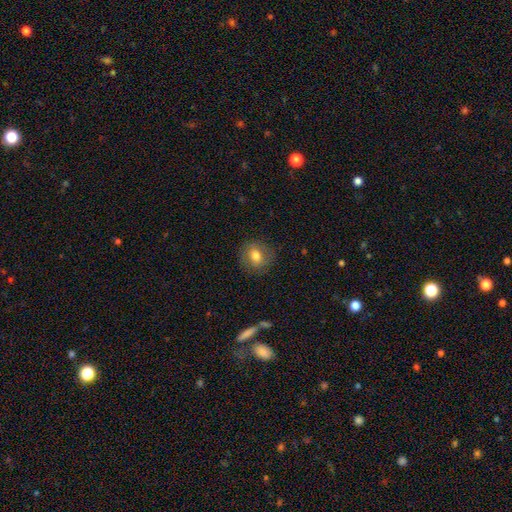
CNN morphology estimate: A smooth galaxy with no disk features (71%) that is round (73%).

Vote fractions:
- Smooth or featured? smooth: 71% / featured or disk: 20% / star or artifact: 9%
- How rounded? round: 73% / in between: 25% / cigar-shaped: 1%
- Merging? none: 84% / minor disturbance: 11% / major disturbance: 4% / merger: 1%